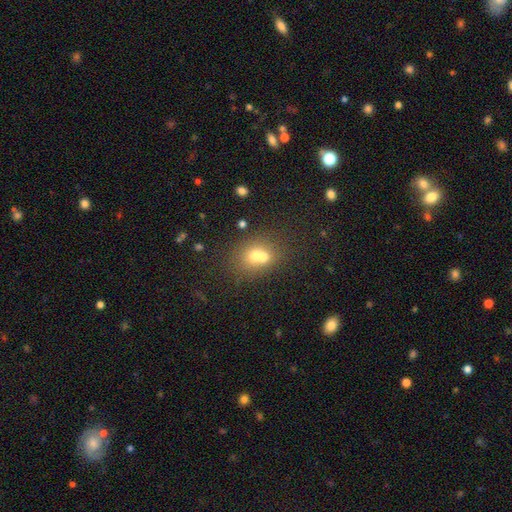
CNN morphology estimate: A smooth galaxy with no disk features (62%) that is round (62%).

Vote fractions:
- Smooth or featured? smooth: 62% / featured or disk: 23% / star or artifact: 15%
- How rounded? round: 62% / in between: 37% / cigar-shaped: 1%
- Merging? merger: 56% / none: 33% / minor disturbance: 7% / major disturbance: 4%